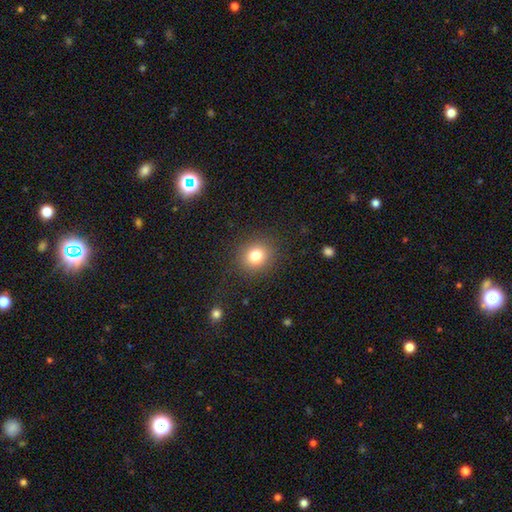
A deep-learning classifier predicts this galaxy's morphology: Overall: smooth (80%). How rounded: round (80%). Merging: none (87%).